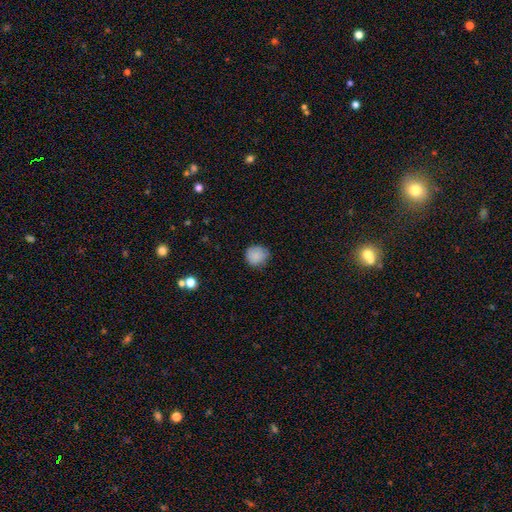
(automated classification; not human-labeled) This appears to be a smooth galaxy with no disk features (86%) that is round (89%). Merging: none (78%).